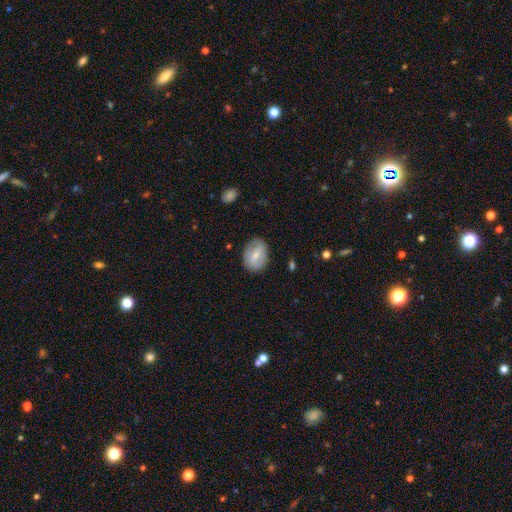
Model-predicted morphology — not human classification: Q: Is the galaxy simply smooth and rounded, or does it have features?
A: smooth — 49%.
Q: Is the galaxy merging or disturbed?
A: none — 78%.